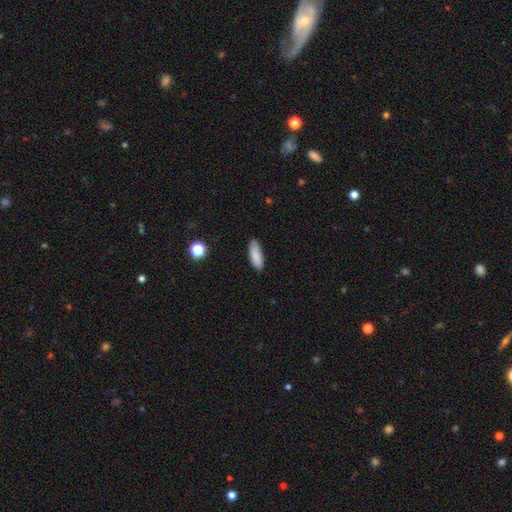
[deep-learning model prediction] This appears to be a smooth galaxy with no disk features (85%) that is in between round and cigar-shaped (69%). Merging: none (84%).